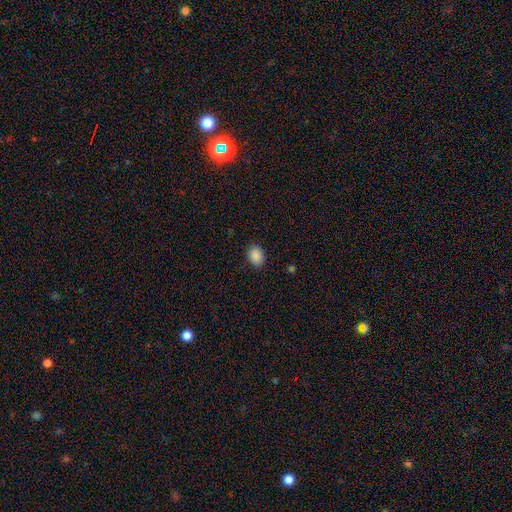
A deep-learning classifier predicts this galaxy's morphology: type=smooth (89%); roundness=in between (65%); merging=none (87%).